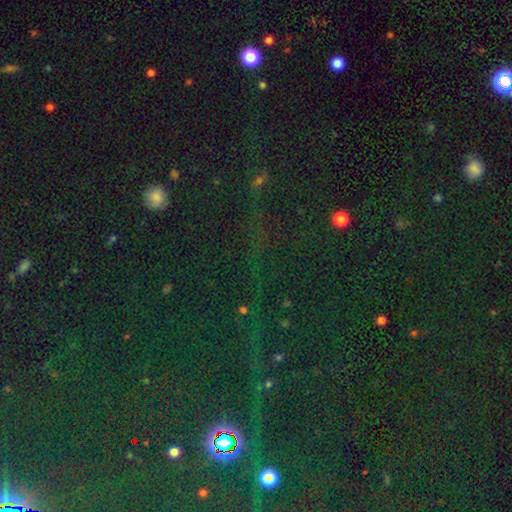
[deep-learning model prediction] A star or artifact, not a galaxy (81%).